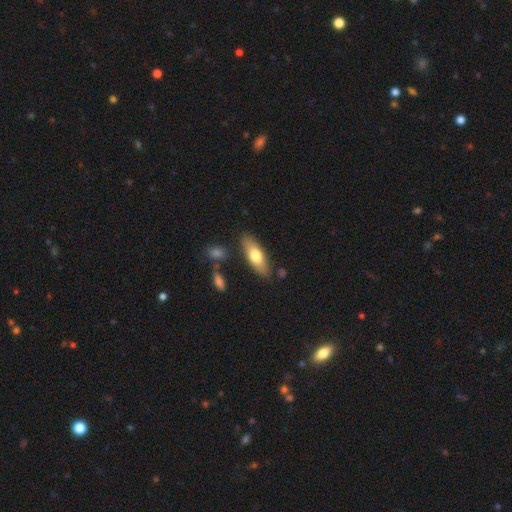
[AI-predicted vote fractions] Smooth or featured: smooth — 67% (featured or disk — 27%)
How rounded: in between — 61% (cigar-shaped — 37%)
Merging: none — 81% (minor disturbance — 13%)